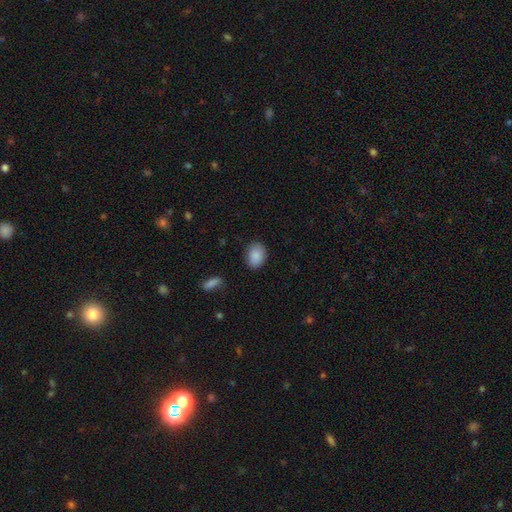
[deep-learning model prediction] The model was most divided on "how rounded": in between: 74%, round: 24%, cigar-shaped: 1%. More confident: smooth or featured — smooth (88%); merging — none (84%).